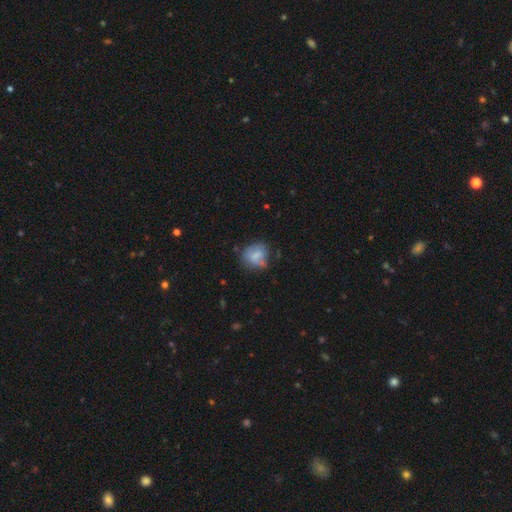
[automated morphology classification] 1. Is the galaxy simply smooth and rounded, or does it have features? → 67% smooth, 24% featured or disk, 10% star or artifact.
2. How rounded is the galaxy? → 63% round, 36% in between, 1% cigar-shaped.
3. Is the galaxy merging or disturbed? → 53% none, 28% minor disturbance, 12% major disturbance, 7% merger.